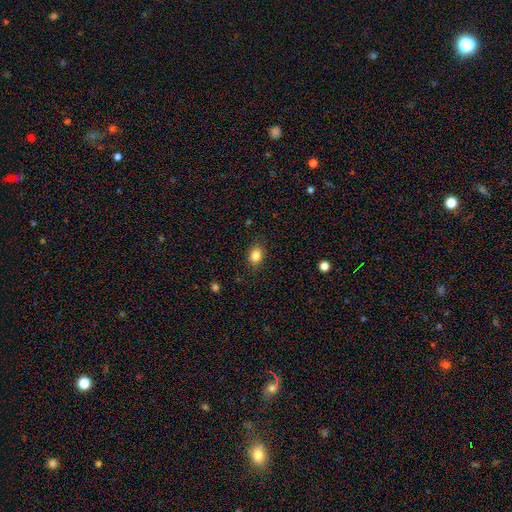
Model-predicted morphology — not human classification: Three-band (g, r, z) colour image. It shows a smooth galaxy with no disk features (84%) that is in between round and cigar-shaped (63%). Merging: none (85%).